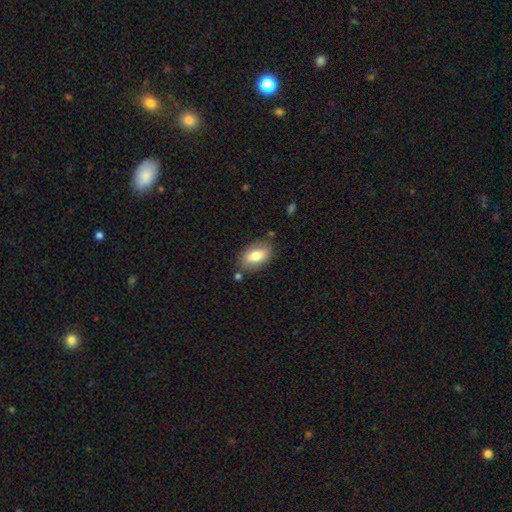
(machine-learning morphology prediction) type=smooth (78%); roundness=in between (92%); merging=none (77%).